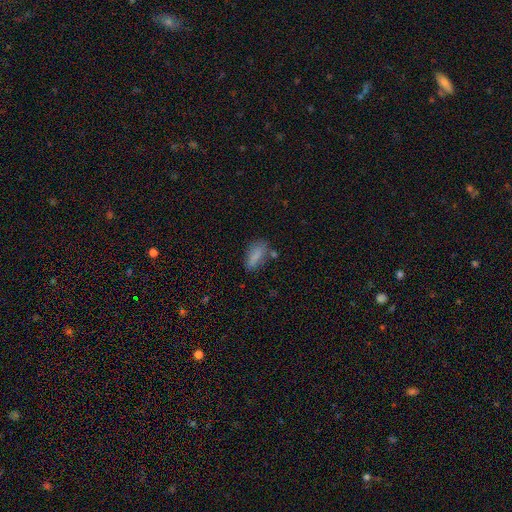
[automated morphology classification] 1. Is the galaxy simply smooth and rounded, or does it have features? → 81% smooth, 10% featured or disk, 9% star or artifact.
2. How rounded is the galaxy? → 72% in between, 25% cigar-shaped, 3% round.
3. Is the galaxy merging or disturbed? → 62% none, 22% minor disturbance, 9% merger, 8% major disturbance.